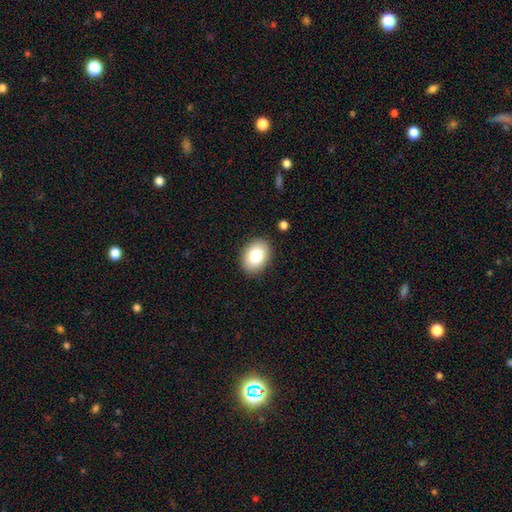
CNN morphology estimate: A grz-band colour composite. It shows a smooth galaxy with no disk features (82%) that is in between round and cigar-shaped (77%). Merging: none (89%).